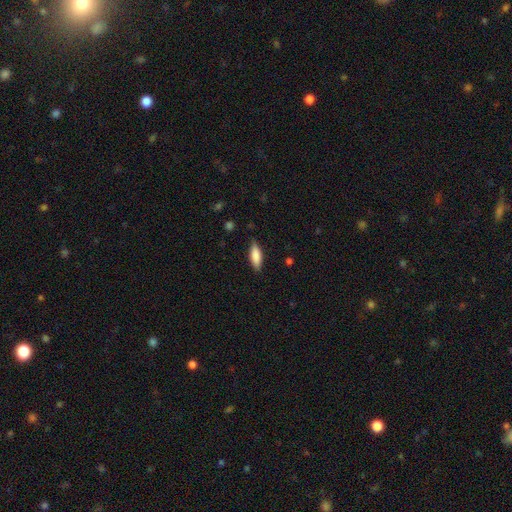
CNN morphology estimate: A smooth galaxy with no disk features (81%) that is in between round and cigar-shaped (60%). Merging: none (83%).